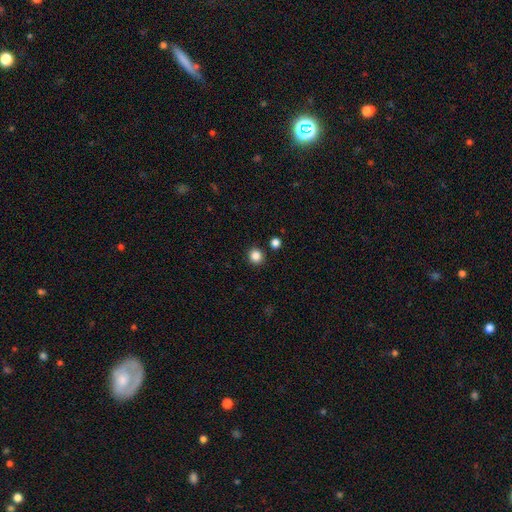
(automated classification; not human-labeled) Smooth or featured? Predicted: smooth (p=0.85). How rounded? Predicted: round (p=0.91). Merging? Predicted: none (p=0.89).